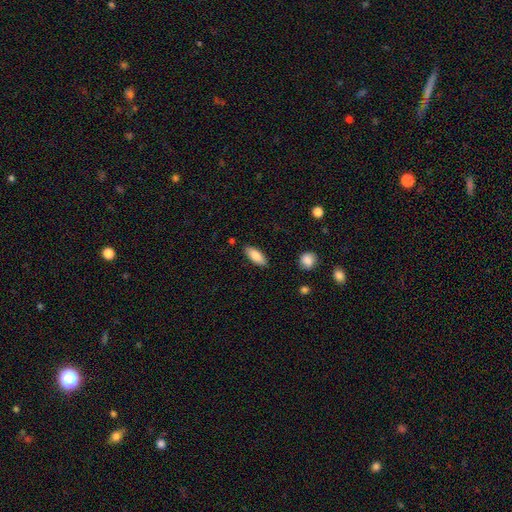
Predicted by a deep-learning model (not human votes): A smooth galaxy with no disk features (84%) that is in between round and cigar-shaped (76%). Merging: none (86%).